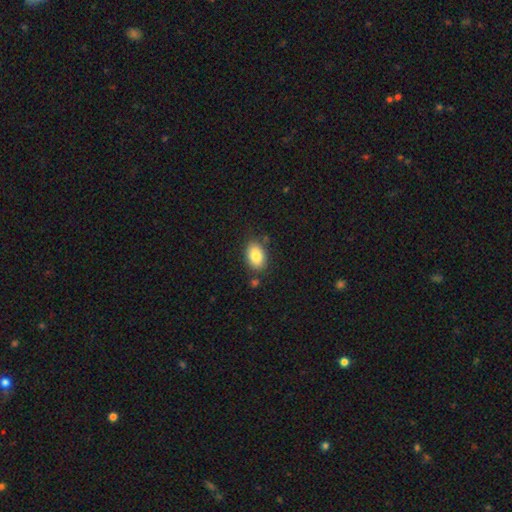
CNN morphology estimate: Smooth or featured? smooth (84%)
How rounded? in between (88%)
Merging? none (80%)